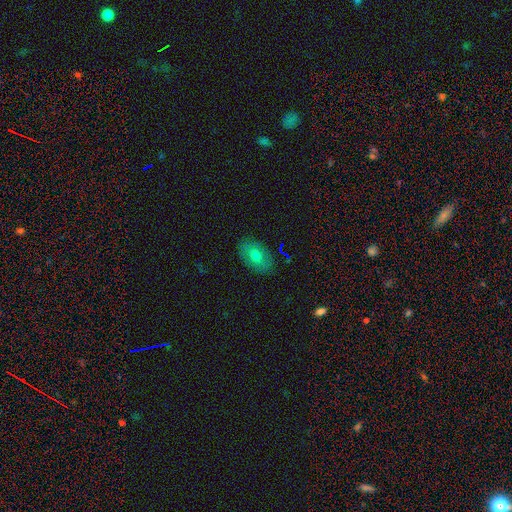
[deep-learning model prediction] Smooth or featured: smooth — 67% (featured or disk — 24%)
How rounded: in between — 88% (round — 11%)
Merging: none — 84% (minor disturbance — 12%)